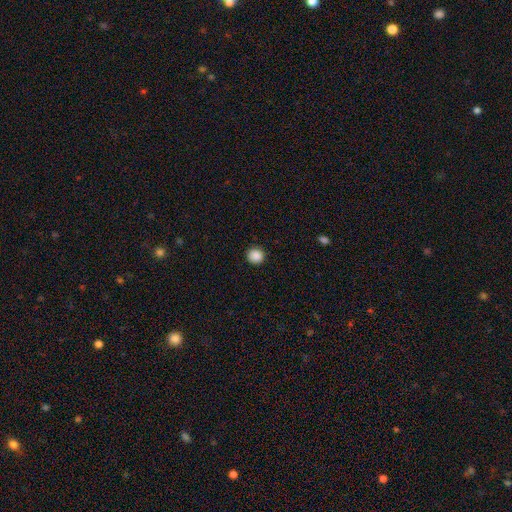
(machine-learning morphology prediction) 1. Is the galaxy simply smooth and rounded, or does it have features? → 88% smooth, 9% star or artifact, 3% featured or disk.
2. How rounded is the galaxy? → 94% round, 5% in between, 1% cigar-shaped.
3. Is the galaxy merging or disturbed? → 92% none, 6% minor disturbance, 2% major disturbance, 1% merger.